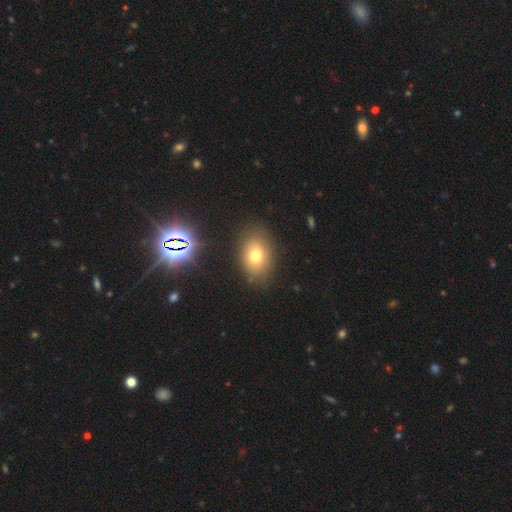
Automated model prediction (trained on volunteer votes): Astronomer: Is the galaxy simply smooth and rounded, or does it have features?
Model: smooth — 72%.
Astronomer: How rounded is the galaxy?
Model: in between — 76%.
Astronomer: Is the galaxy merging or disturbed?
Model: none — 83%.